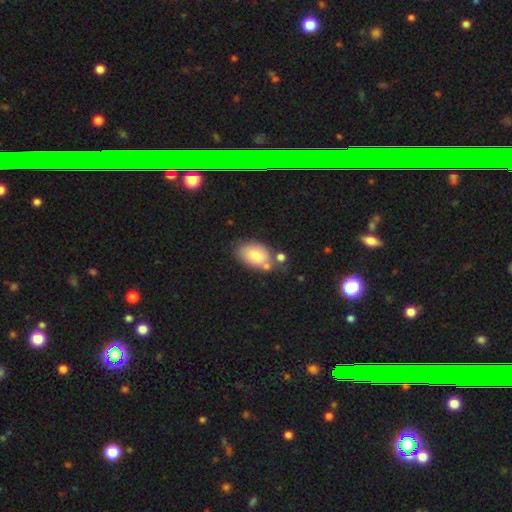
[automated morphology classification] A smooth galaxy with no disk features (78%) that is in between round and cigar-shaped (89%). Merging: none (58%).